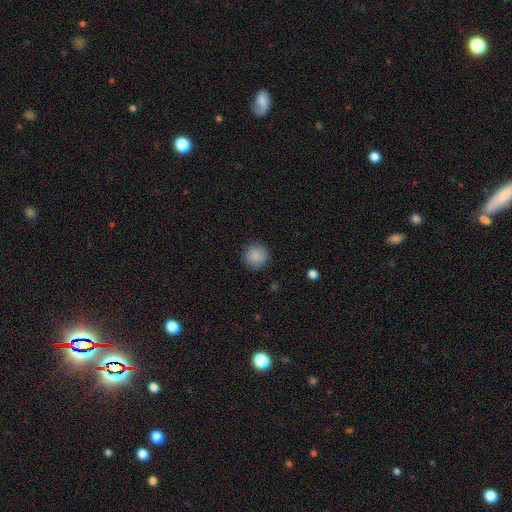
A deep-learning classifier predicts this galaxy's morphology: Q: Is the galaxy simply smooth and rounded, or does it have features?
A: smooth — 86%.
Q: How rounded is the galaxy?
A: round — 94%.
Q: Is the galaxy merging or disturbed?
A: none — 87%.